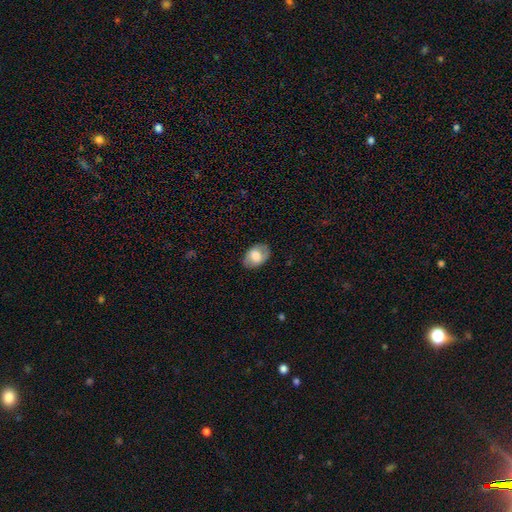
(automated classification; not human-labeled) Smooth or featured? smooth (67%)
How rounded? in between (84%)
Merging? none (83%)